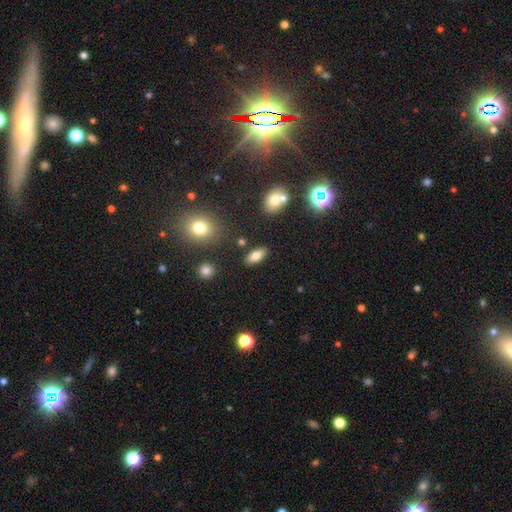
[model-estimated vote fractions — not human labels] Morphology: type=smooth (75%); roundness=in between (83%); merging=none (85%).